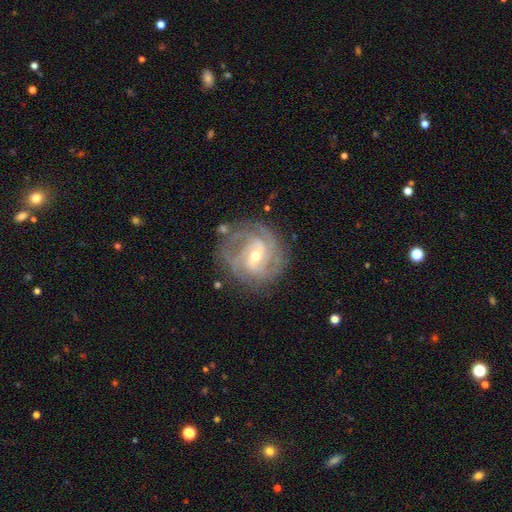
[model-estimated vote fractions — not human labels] Smooth or featured? featured or disk (90%)
Edge-on disk? no (98%)
Bar? weak (47%)
Spiral arms? yes (97%)
Spiral winding? tight (59%)
Spiral arm count? 3 (37%)
Bulge size? moderate (52%)
Merging? none (74%)